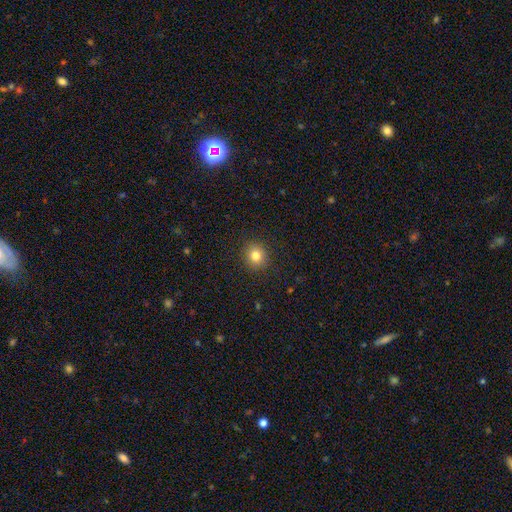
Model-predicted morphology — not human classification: The model was most divided on "smooth or featured": smooth: 81%, star or artifact: 12%, featured or disk: 7%. More confident: merging — none (91%); how rounded — round (88%).